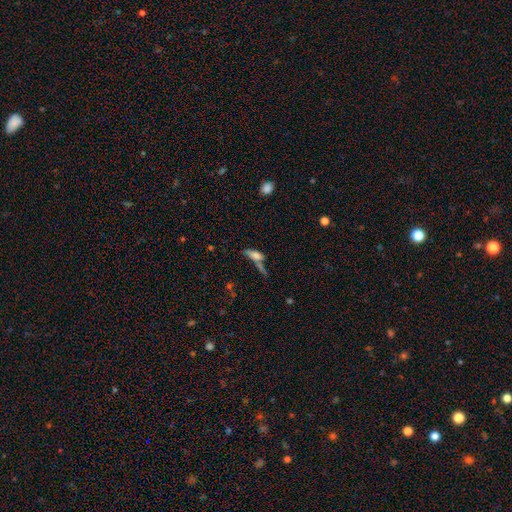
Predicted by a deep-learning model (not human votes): This is possibly a smooth galaxy (59%). How rounded: possibly in between (51%). Merging: marginally none (40%).